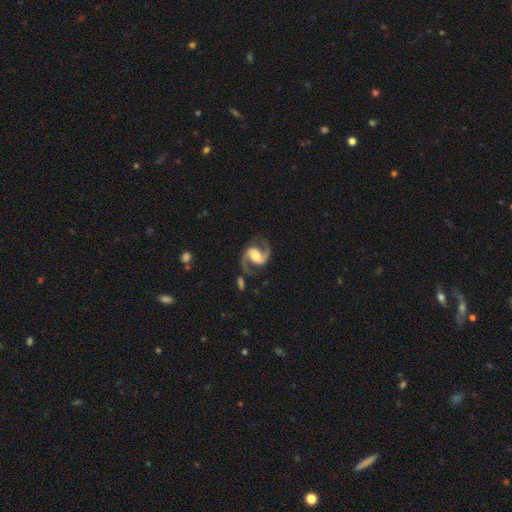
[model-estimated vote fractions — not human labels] Overall: featured or disk (90%). Edge-on disk: no (98%). Bar: weak (41%; no 33%). Spiral arms: yes (98%). Spiral arm count: 2 (94%). Spiral winding: medium (58%; loose 30%). Bulge size: moderate (48%; large 25%). Merging: none (76%).